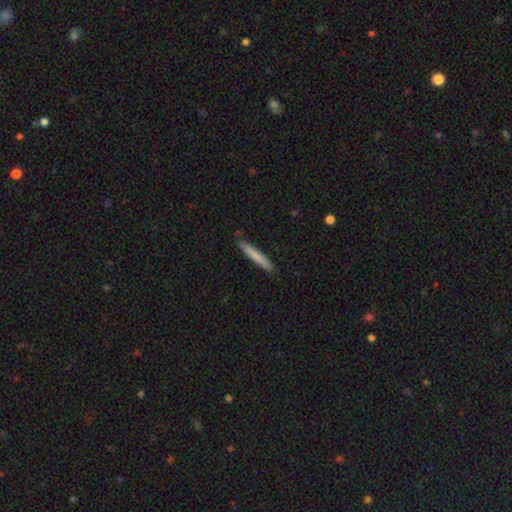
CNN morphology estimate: Overall: smooth (76%). How rounded: cigar-shaped (96%). Merging: none (88%).